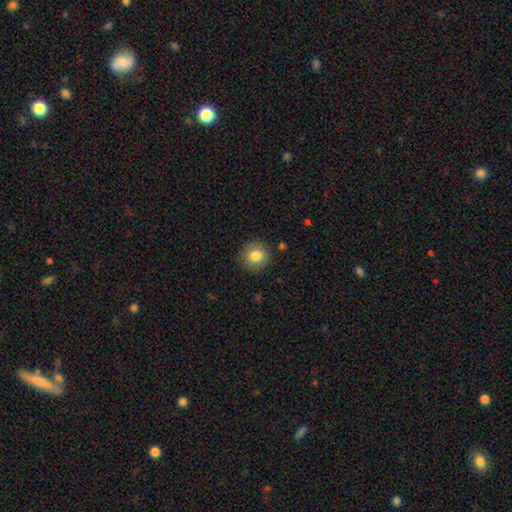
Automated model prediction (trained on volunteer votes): Smooth or featured?
  - smooth: 83% *
  - star or artifact: 9%
  - featured or disk: 8%
How rounded?
  - round: 90% *
  - in between: 9%
  - cigar-shaped: 1%
Merging?
  - none: 89% *
  - minor disturbance: 8%
  - major disturbance: 2%
  - merger: 1%